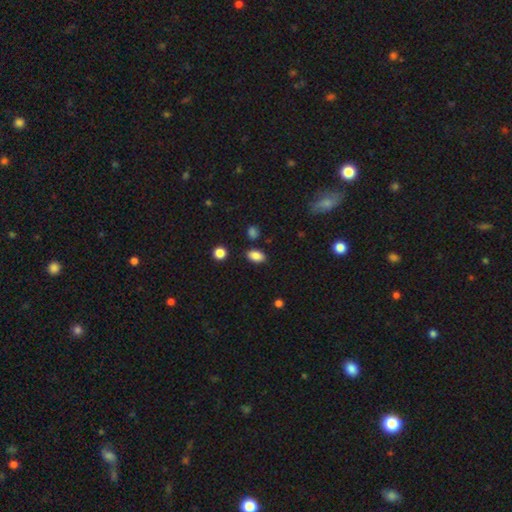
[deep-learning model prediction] This appears to be a smooth galaxy with no disk features (86%) that is in between round and cigar-shaped (89%). Merging: none (85%).